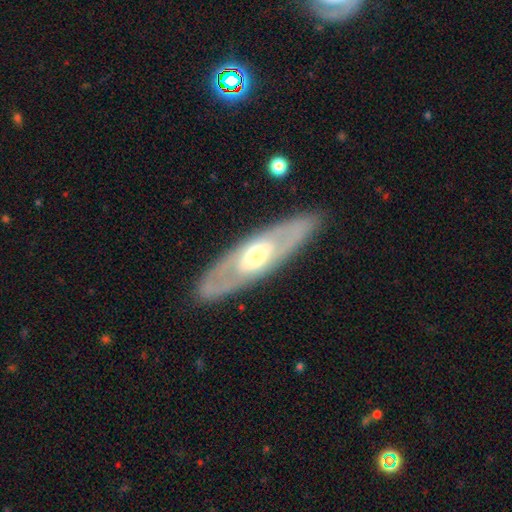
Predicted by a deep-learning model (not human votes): Overall: featured or disk (67%; smooth 28%). Edge-on disk: no (67%; yes 33%). Merging: none (86%).